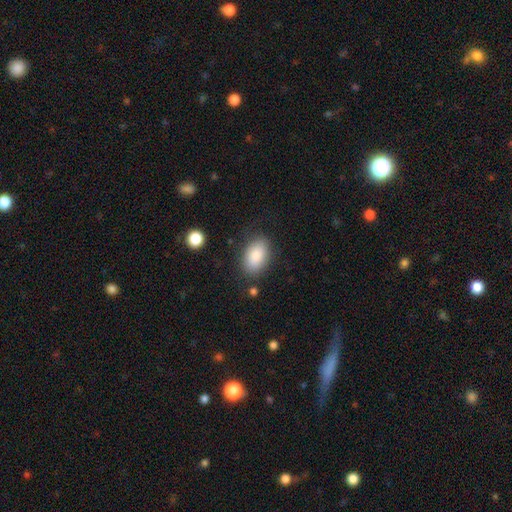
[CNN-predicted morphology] smooth-or-featured: smooth: 87% | star or artifact: 7% | featured or disk: 6%
  how-rounded: in between: 92% | round: 7% | cigar-shaped: 2%
  merging: none: 81% | minor disturbance: 13% | major disturbance: 4% | merger: 2%